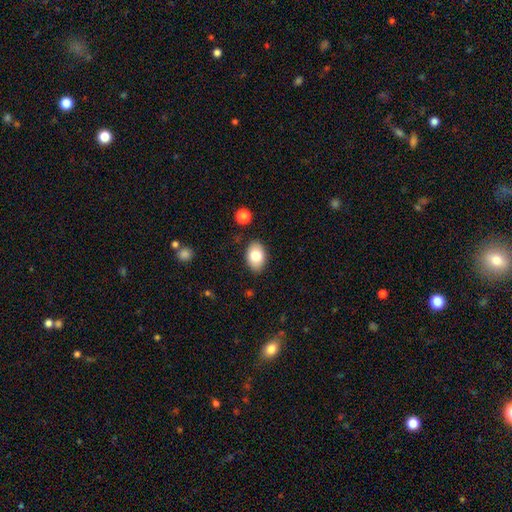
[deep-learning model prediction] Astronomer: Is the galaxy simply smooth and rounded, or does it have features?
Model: smooth — 80%.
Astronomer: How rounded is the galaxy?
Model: in between — 86%.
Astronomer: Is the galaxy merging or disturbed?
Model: none — 86%.